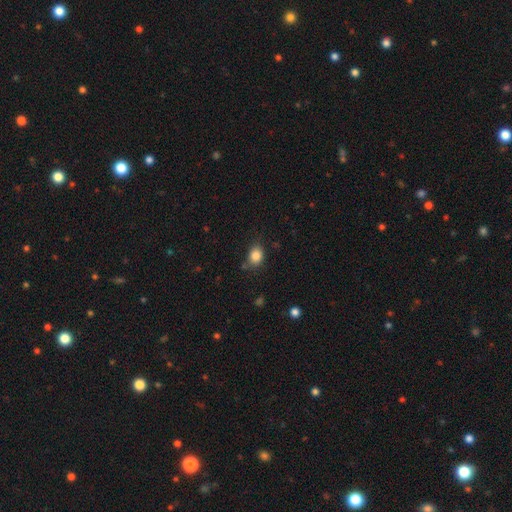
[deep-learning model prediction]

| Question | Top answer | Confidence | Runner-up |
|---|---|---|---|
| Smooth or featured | smooth | 85% | star or artifact (10%) |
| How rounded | in between | 54% | round (45%) |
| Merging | none | 75% | minor disturbance (17%) |